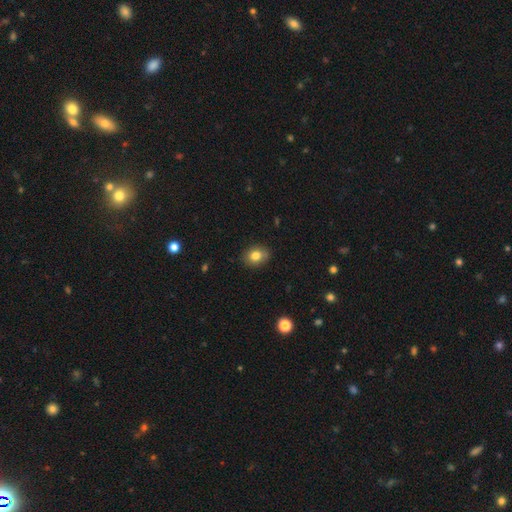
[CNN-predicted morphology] A smooth galaxy with no disk features (81%) that is in between round and cigar-shaped (52%). Merging: none (84%).